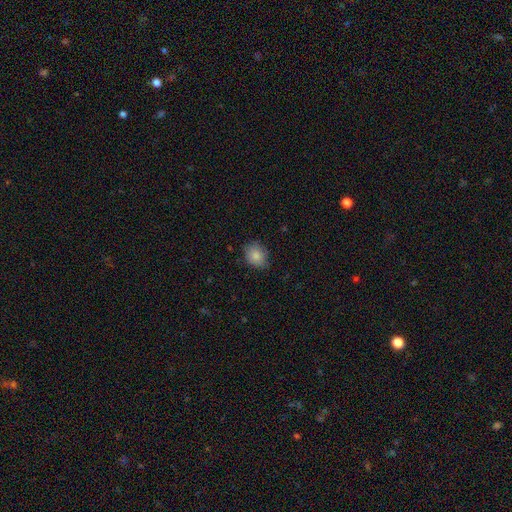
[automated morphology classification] smooth_or_featured: smooth (p=0.84) [alt: star or artifact p=0.09]
how_rounded: round (p=0.53) [alt: in between p=0.46]
merging: none (p=0.77) [alt: minor disturbance p=0.18]